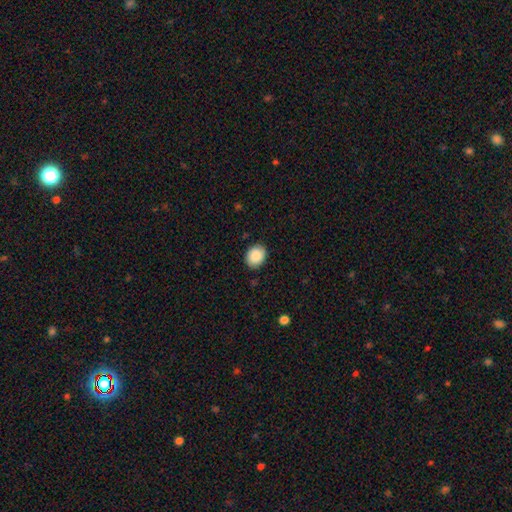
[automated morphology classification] smooth_or_featured: smooth (p=0.89) [alt: star or artifact p=0.07]
how_rounded: in between (p=0.51) [alt: round p=0.48]
merging: none (p=0.87) [alt: minor disturbance p=0.09]